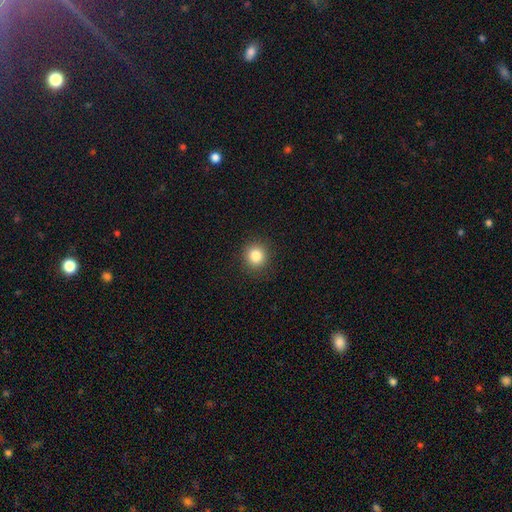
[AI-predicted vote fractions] smooth_or_featured: smooth (p=0.84) [alt: star or artifact p=0.11]
how_rounded: round (p=0.90) [alt: in between p=0.09]
merging: none (p=0.91) [alt: minor disturbance p=0.06]